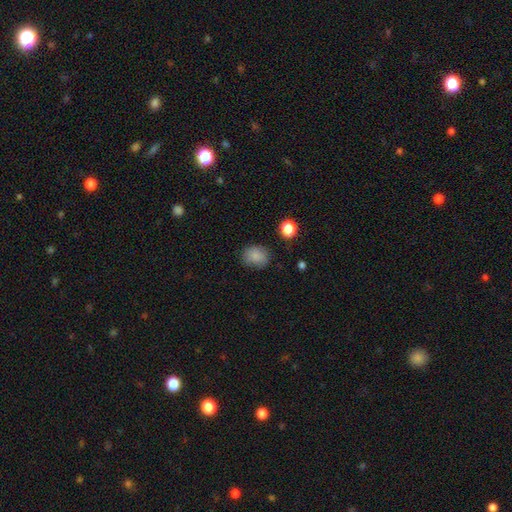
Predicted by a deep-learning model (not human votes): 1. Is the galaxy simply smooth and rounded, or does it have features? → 84% smooth, 10% star or artifact, 5% featured or disk.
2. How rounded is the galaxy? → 54% round, 45% in between, 1% cigar-shaped.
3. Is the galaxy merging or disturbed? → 78% none, 17% minor disturbance, 4% major disturbance, 2% merger.